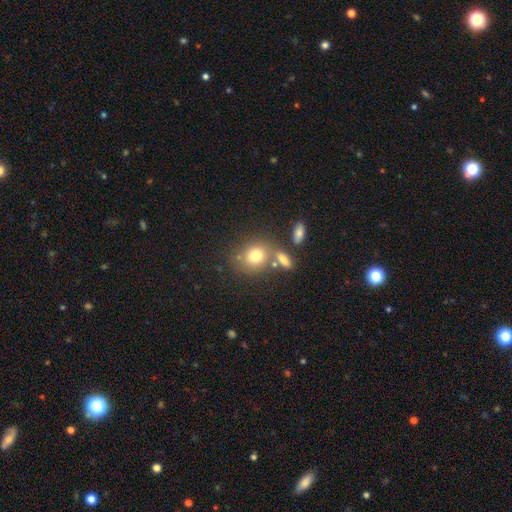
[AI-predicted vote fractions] smooth_or_featured: smooth (p=0.75) [alt: featured or disk p=0.13]
how_rounded: round (p=0.73) [alt: in between p=0.25]
merging: none (p=0.61) [alt: merger p=0.21]